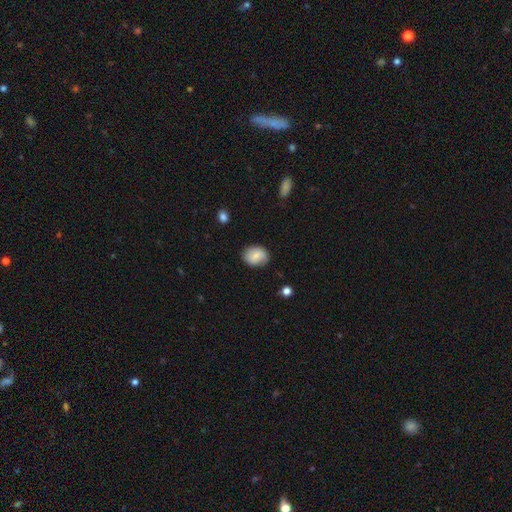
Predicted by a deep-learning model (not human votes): Morphology: type=smooth (77%); roundness=in between (55%); merging=none (79%).